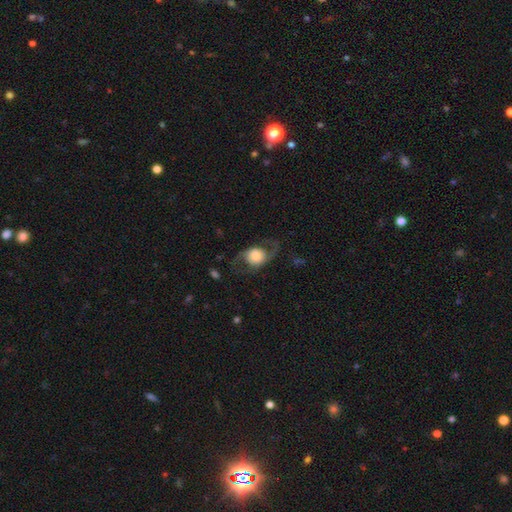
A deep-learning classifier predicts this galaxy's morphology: Smooth or featured?
  - featured or disk: 64% *
  - smooth: 29%
  - star or artifact: 7%
Edge-on disk?
  - no: 94% *
  - yes: 6%
Bar?
  - no: 74% *
  - weak: 21%
  - strong: 6%
Spiral arms?
  - yes: 86% *
  - no: 14%
Spiral winding?
  - loose: 63% *
  - medium: 30%
  - tight: 7%
Spiral arm count?
  - 2: 91% *
  - 1: 3%
  - can't tell: 3%
  - 3: 1%
  - 4: 1%
  - more than 4: 1%
Bulge size?
  - large: 38% *
  - moderate: 30%
  - dominant: 19%
  - small: 11%
  - none: 2%
Merging?
  - none: 66% *
  - minor disturbance: 16%
  - major disturbance: 16%
  - merger: 2%